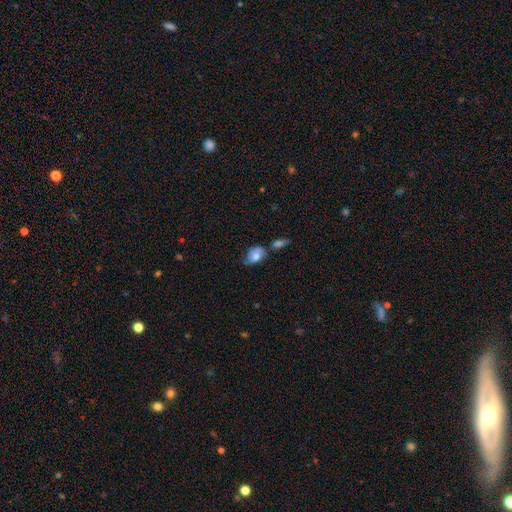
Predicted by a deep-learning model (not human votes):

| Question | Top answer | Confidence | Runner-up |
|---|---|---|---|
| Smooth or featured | smooth | 58% | featured or disk (34%) |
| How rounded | in between | 77% | round (21%) |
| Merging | none | 37% | minor disturbance (27%) |